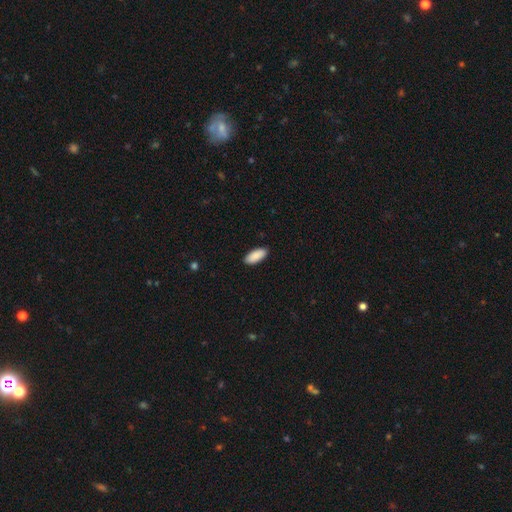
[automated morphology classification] Q: Smooth or featured?
A: smooth (91%); runner-up: star or artifact (6%)
Q: How rounded?
A: in between (88%); runner-up: cigar-shaped (11%)
Q: Merging?
A: none (90%); runner-up: minor disturbance (7%)